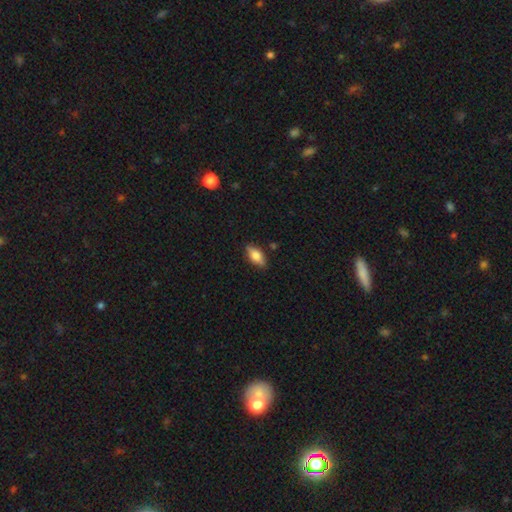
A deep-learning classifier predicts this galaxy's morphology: Smooth or featured? smooth (73%)
How rounded? in between (84%)
Merging? none (85%)